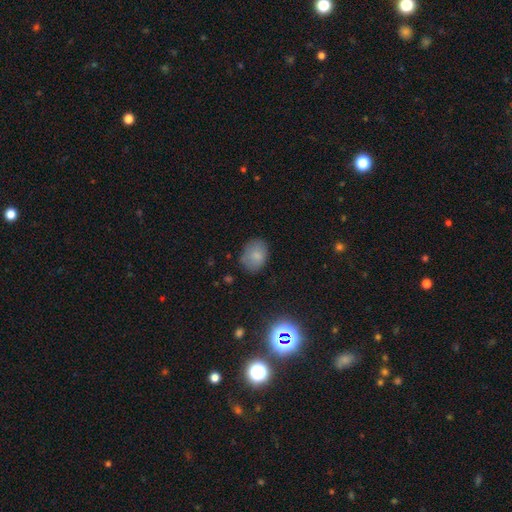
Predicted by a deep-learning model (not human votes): This is clearly a smooth galaxy (80%). How rounded: likely in between (65%). Merging: likely none (73%).